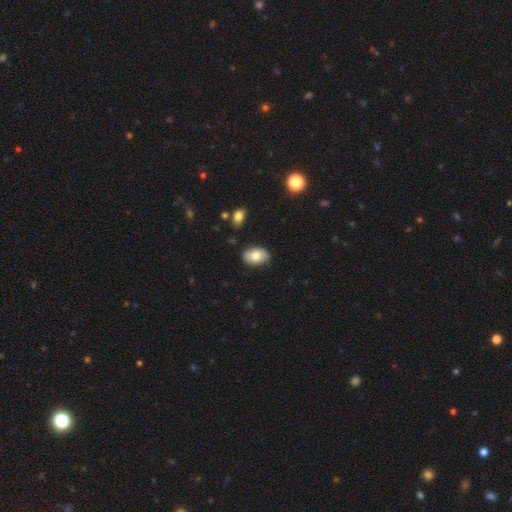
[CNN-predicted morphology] Overall: smooth (76%). How rounded: in between (86%). Merging: none (85%).